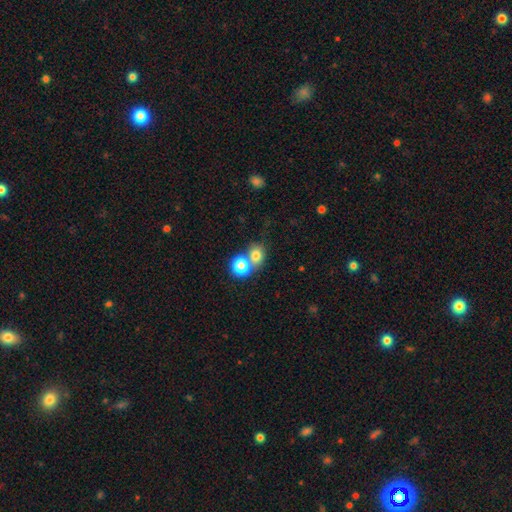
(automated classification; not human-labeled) smooth 77%, star or artifact 12%, featured or disk 10%. Down the decision tree: how rounded — round (71%); merging — merger (49%).